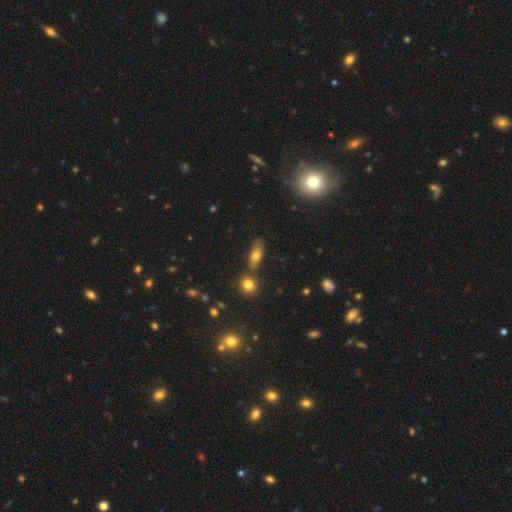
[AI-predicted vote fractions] Smooth or featured: smooth — 69% (featured or disk — 19%)
How rounded: in between — 73% (cigar-shaped — 21%)
Merging: none — 70% (minor disturbance — 14%)